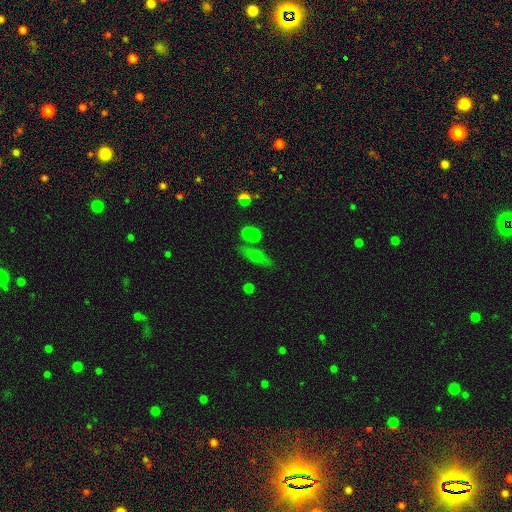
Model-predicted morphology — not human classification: Smooth or featured: smooth — 59% (featured or disk — 27%)
How rounded: in between — 49% (cigar-shaped — 40%)
Merging: none — 56% (merger — 21%)